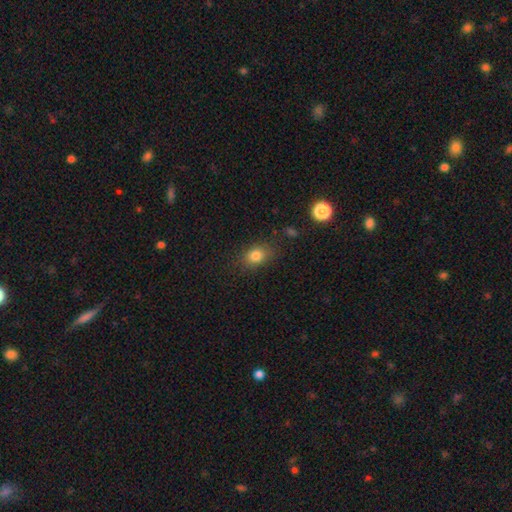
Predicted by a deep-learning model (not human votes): Overall: smooth (81%). How rounded: in between (61%; round 37%). Merging: none (79%).